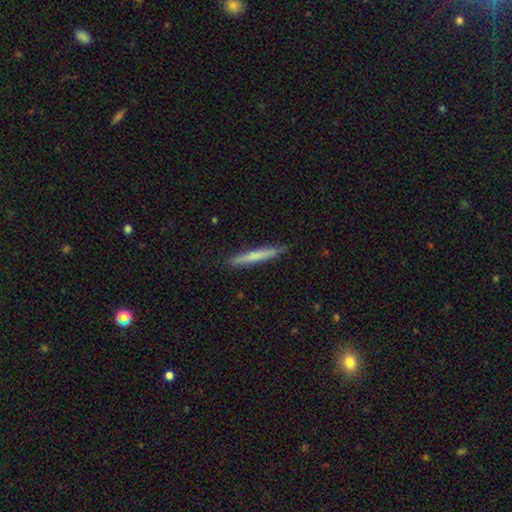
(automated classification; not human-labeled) This is likely a smooth galaxy (65%). How rounded: clearly cigar-shaped (96%). Merging: clearly none (88%).